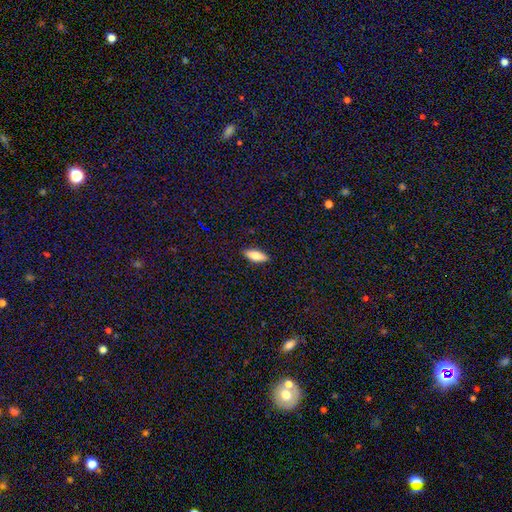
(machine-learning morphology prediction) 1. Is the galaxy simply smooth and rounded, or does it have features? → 80% smooth, 14% featured or disk, 7% star or artifact.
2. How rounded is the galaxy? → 70% in between, 28% cigar-shaped, 2% round.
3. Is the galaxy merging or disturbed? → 89% none, 8% minor disturbance, 2% major disturbance, 1% merger.